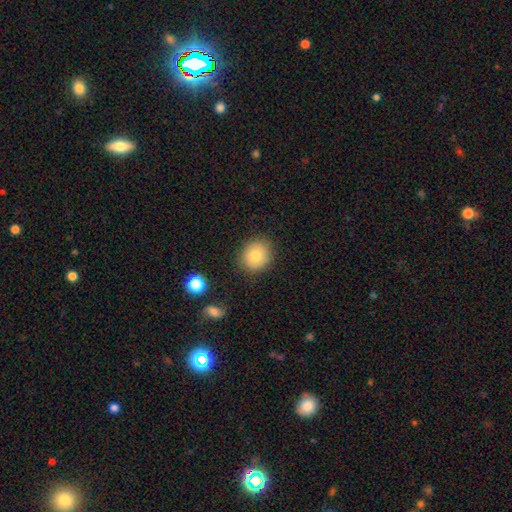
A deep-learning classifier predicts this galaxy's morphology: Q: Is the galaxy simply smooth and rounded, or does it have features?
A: smooth — 78%.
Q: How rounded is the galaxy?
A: round — 80%.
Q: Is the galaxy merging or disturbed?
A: none — 87%.